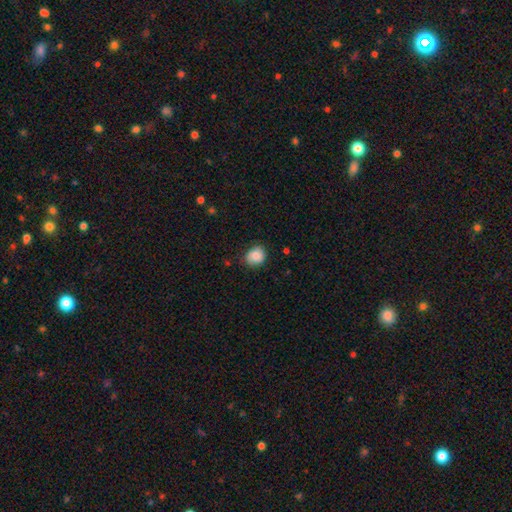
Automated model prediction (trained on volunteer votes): smooth-or-featured: smooth: 82% | featured or disk: 10% | star or artifact: 8%
  how-rounded: round: 73% | in between: 26% | cigar-shaped: 1%
  merging: none: 75% | minor disturbance: 20% | major disturbance: 4% | merger: 1%